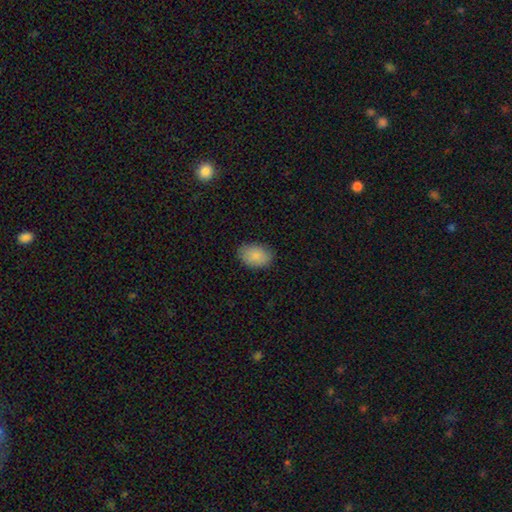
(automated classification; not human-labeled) Smooth or featured? smooth (87%)
How rounded? in between (85%)
Merging? none (85%)